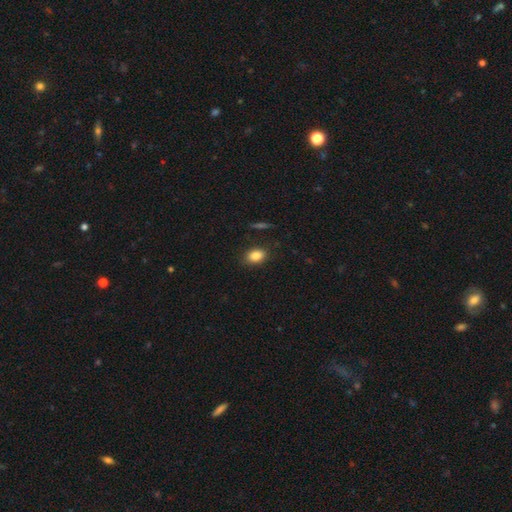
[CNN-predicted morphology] The model was most divided on "how rounded": in between: 80%, round: 18%, cigar-shaped: 2%. More confident: merging — none (86%); smooth or featured — smooth (86%).